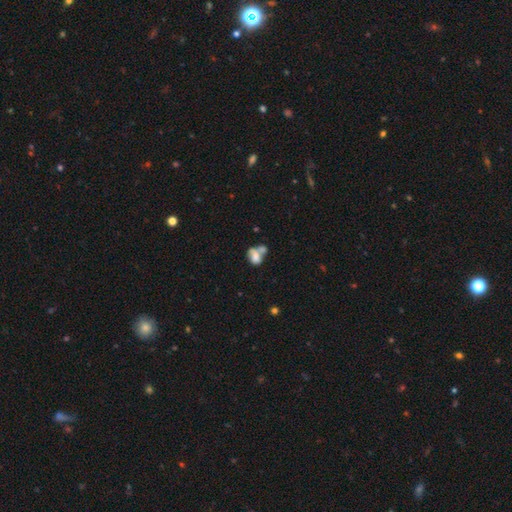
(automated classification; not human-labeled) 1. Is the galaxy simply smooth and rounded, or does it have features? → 67% smooth, 23% featured or disk, 10% star or artifact.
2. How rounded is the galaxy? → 75% in between, 24% round, 2% cigar-shaped.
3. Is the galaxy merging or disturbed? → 59% merger, 21% none, 11% minor disturbance, 9% major disturbance.